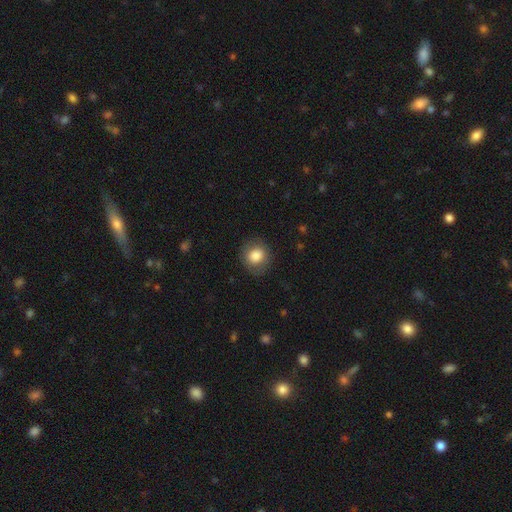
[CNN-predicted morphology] A smooth galaxy with no disk features (83%) that is round (82%).

Vote fractions:
- Smooth or featured? smooth: 83% / featured or disk: 9% / star or artifact: 8%
- How rounded? round: 82% / in between: 17% / cigar-shaped: 1%
- Merging? none: 85% / minor disturbance: 10% / major disturbance: 4% / merger: 1%